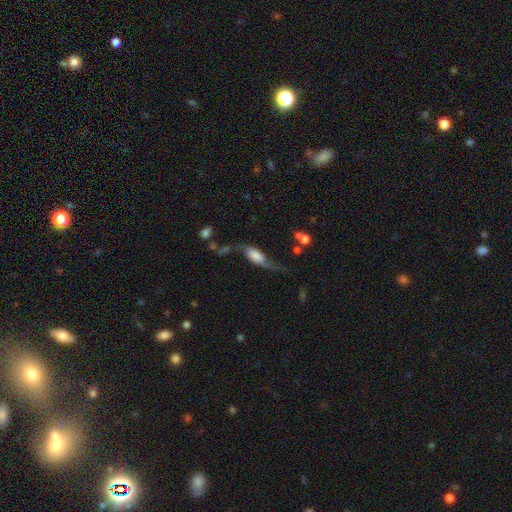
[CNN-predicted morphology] Smooth or featured? featured or disk (62%)
Edge-on disk? no (80%)
Merging? none (46%)